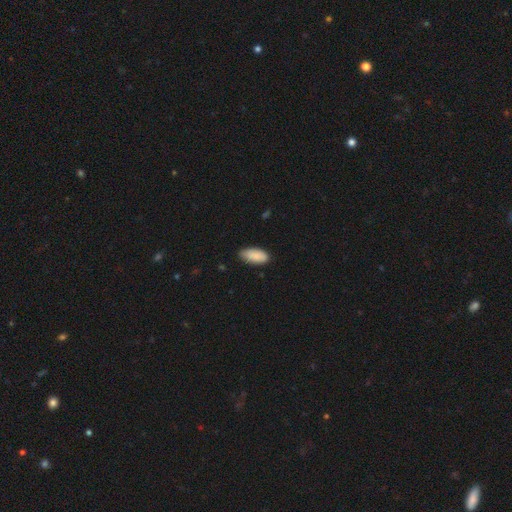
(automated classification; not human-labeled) smooth 88%, star or artifact 6%, featured or disk 6%. Down the decision tree: how rounded — in between (91%); merging — none (79%).